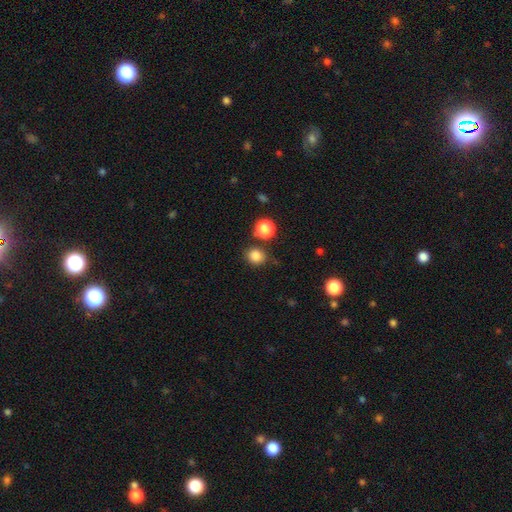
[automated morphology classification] smooth-or-featured: smooth: 84% | star or artifact: 12% | featured or disk: 4%
  how-rounded: round: 78% | in between: 21% | cigar-shaped: 1%
  merging: none: 78% | minor disturbance: 11% | merger: 7% | major disturbance: 3%